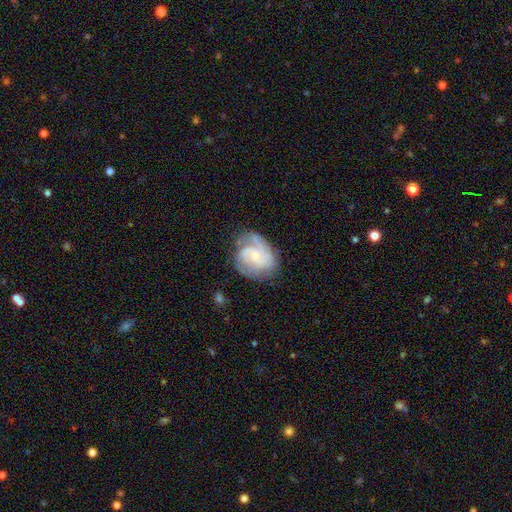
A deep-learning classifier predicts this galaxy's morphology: This is likely a featured or disk galaxy (74%). It is clearly not viewed edge-on (98%). Bar: likely no (63%). Spiral arm pattern: clearly yes (93%). Spiral arm count: marginally 2 (35%). Spiral winding: marginally medium (43%). Central bulge: likely small (65%). Merging: likely none (62%).